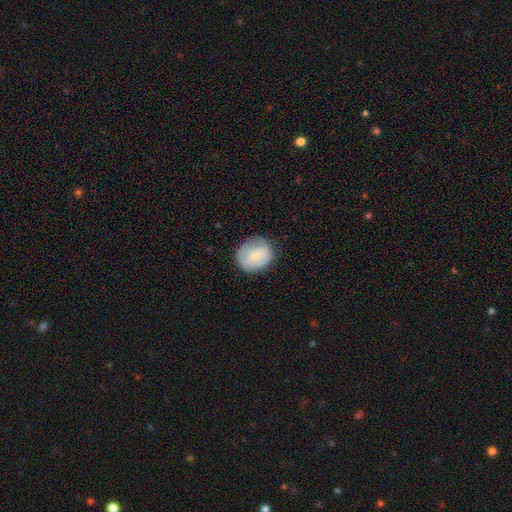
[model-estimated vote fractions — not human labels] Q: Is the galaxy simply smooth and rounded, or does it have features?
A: smooth — 67%.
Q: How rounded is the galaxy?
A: round — 67%.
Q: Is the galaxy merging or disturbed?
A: none — 74%.